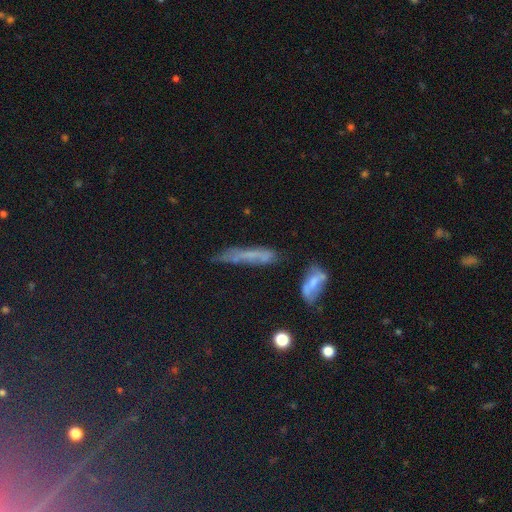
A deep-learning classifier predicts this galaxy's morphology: This is possibly a smooth galaxy (46%). Merging: possibly none (55%).